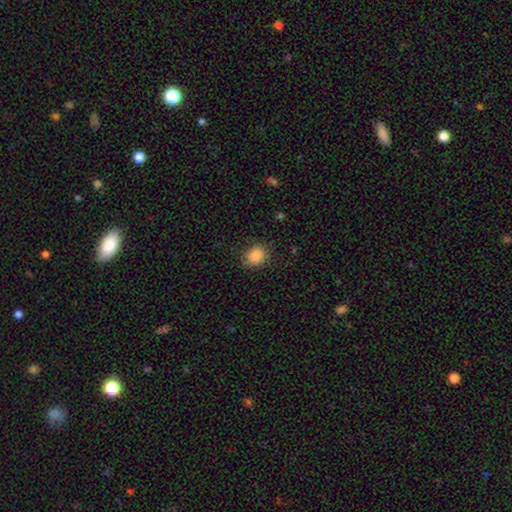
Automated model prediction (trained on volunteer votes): Morphology: type=smooth (87%); roundness=round (55%); merging=none (80%).